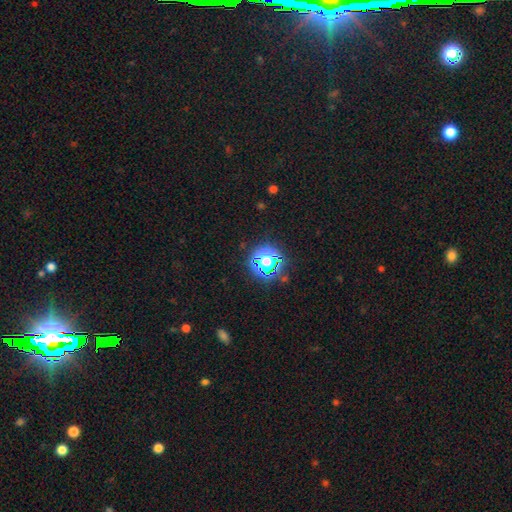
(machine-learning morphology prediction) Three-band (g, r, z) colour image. It shows a star or artifact, not a galaxy (81%).